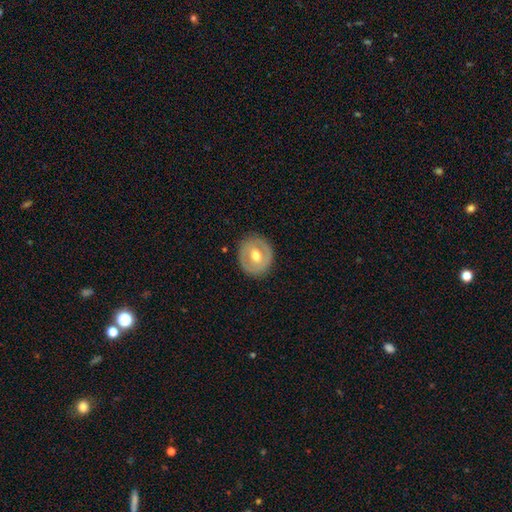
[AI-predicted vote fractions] Smooth or featured?
  - featured or disk: 53% *
  - smooth: 41%
  - star or artifact: 5%
Edge-on disk?
  - no: 95% *
  - yes: 5%
Bar?
  - no: 58% *
  - weak: 30%
  - strong: 12%
Spiral arms?
  - no: 77% *
  - yes: 23%
Bulge size?
  - moderate: 79% *
  - large: 10%
  - small: 9%
  - dominant: 1%
  - none: 1%
Merging?
  - none: 87% *
  - minor disturbance: 9%
  - major disturbance: 3%
  - merger: 1%